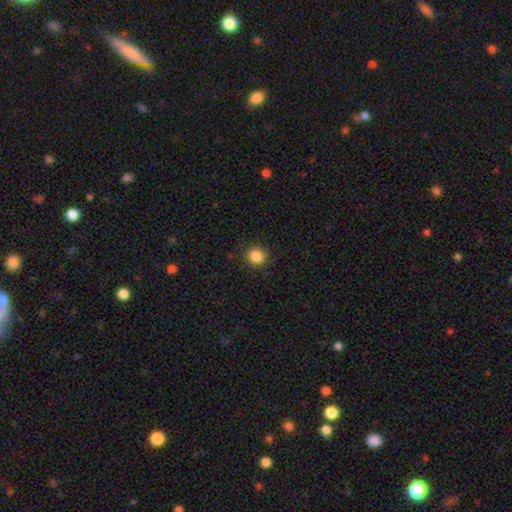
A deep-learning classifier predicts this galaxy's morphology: Smooth or featured?
  - smooth: 86% *
  - star or artifact: 10%
  - featured or disk: 3%
How rounded?
  - round: 92% *
  - in between: 7%
  - cigar-shaped: 1%
Merging?
  - none: 91% *
  - minor disturbance: 6%
  - major disturbance: 2%
  - merger: 1%